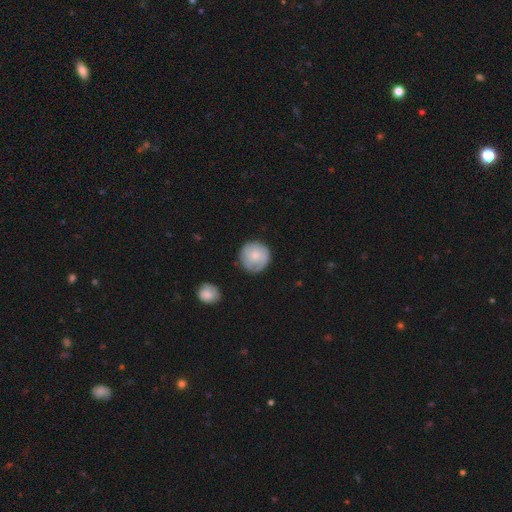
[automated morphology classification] smooth 57%, featured or disk 37%, star or artifact 6%. Down the decision tree: how rounded — round (92%); merging — none (79%).